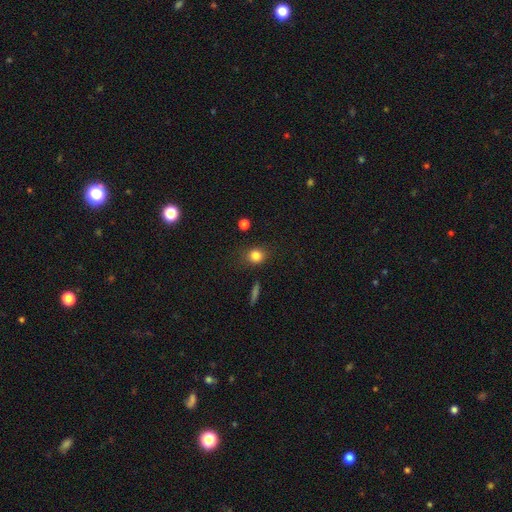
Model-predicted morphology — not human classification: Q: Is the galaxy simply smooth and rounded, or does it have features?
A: smooth — 82%.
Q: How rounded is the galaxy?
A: round — 77%.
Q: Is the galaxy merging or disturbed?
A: none — 82%.